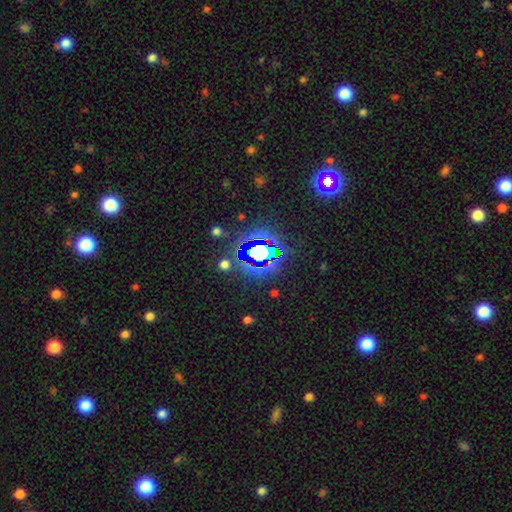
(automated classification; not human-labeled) star or artifact 72%, smooth 17%, featured or disk 11%.